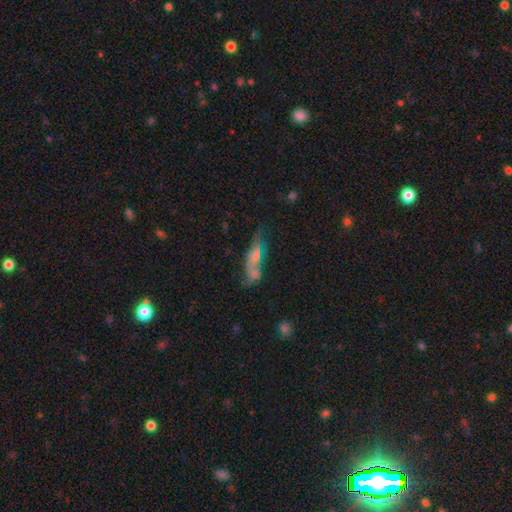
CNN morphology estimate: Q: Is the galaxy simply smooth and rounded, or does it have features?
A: smooth — 44%.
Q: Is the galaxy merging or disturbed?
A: none — 36%.